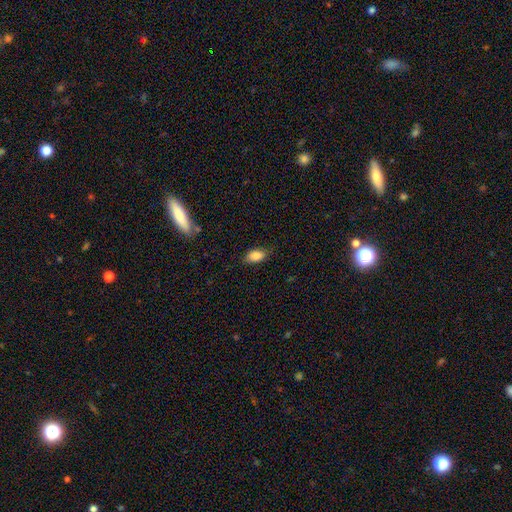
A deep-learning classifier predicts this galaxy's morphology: This is clearly a smooth galaxy (87%). How rounded: clearly in between (91%). Merging: likely none (80%).